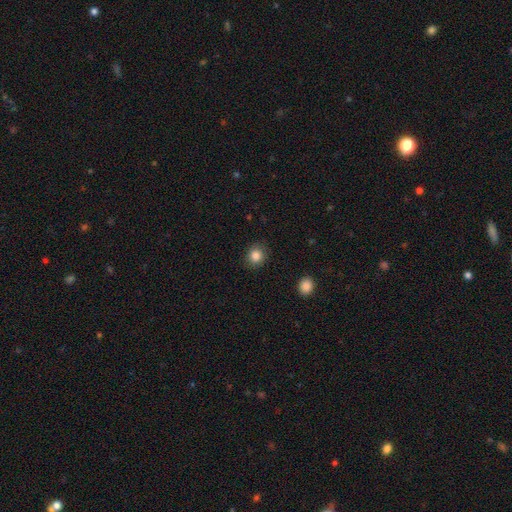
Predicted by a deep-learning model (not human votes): Morphology: type=smooth (84%); roundness=round (82%); merging=none (89%).